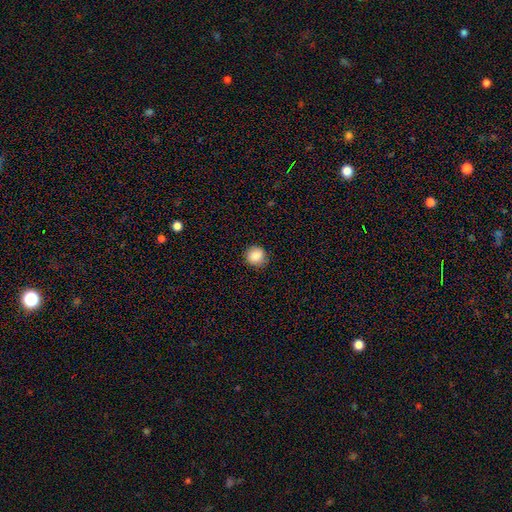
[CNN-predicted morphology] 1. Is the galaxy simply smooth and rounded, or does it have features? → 86% smooth, 9% star or artifact, 5% featured or disk.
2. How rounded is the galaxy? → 91% round, 8% in between, 1% cigar-shaped.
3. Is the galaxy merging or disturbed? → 87% none, 9% minor disturbance, 2% major disturbance, 1% merger.